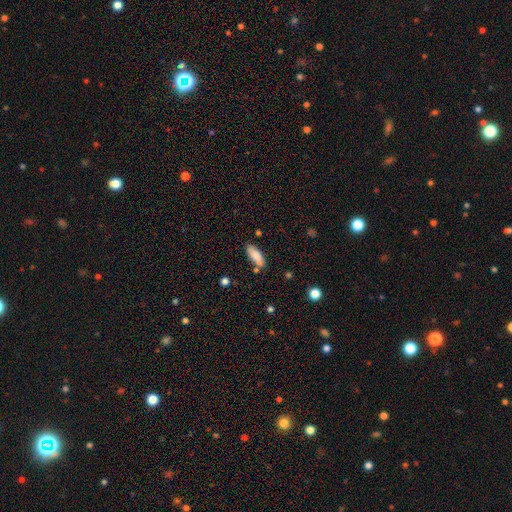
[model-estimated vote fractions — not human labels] Smooth or featured: smooth — 83% (featured or disk — 10%)
How rounded: in between — 71% (cigar-shaped — 27%)
Merging: none — 76% (minor disturbance — 14%)